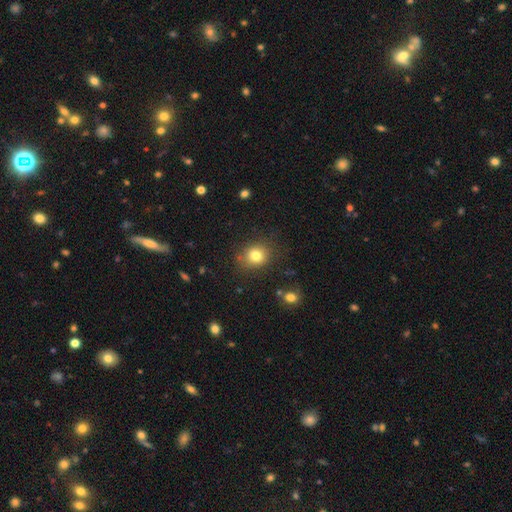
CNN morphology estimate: The model was most divided on "how rounded": round: 72%, in between: 27%, cigar-shaped: 1%. More confident: merging — none (83%); smooth or featured — smooth (80%).